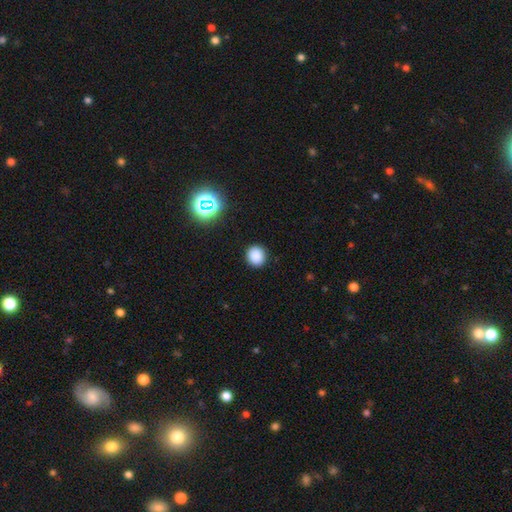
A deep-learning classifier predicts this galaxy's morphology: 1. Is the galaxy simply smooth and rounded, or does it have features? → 84% smooth, 12% star or artifact, 3% featured or disk.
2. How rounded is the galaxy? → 85% round, 14% in between, 1% cigar-shaped.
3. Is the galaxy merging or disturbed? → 91% none, 6% minor disturbance, 2% major disturbance, 1% merger.